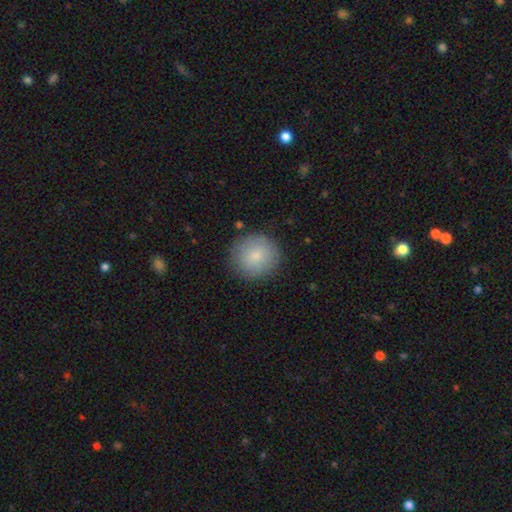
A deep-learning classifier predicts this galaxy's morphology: Smooth or featured? smooth (82%)
How rounded? round (92%)
Merging? none (85%)